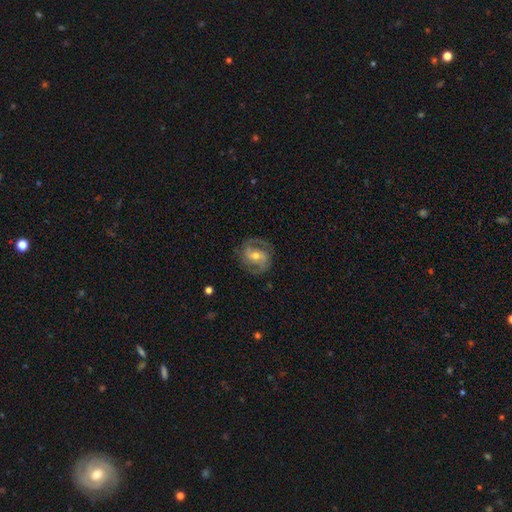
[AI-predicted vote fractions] smooth_or_featured: featured or disk (p=0.84) [alt: smooth p=0.11]
disk_edge_on: no (p=0.97) [alt: yes p=0.03]
bar: weak (p=0.45) [alt: strong p=0.28]
has_spiral_arms: yes (p=0.94) [alt: no p=0.06]
spiral_winding: medium (p=0.54) [alt: tight p=0.27]
spiral_arm_count: 2 (p=0.90) [alt: can't tell p=0.04]
bulge_size: moderate (p=0.63) [alt: small p=0.31]
merging: none (p=0.80) [alt: minor disturbance p=0.13]